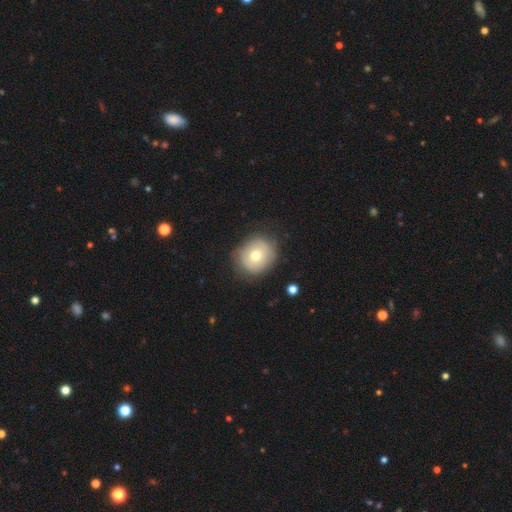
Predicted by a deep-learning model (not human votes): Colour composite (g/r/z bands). It shows a smooth galaxy with no disk features (67%) that is round (79%). Merging: none (79%).